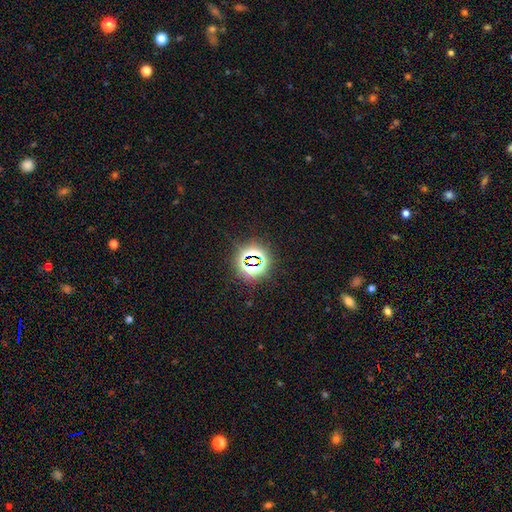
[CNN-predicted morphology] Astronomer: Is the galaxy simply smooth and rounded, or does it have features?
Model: star or artifact — 74%.